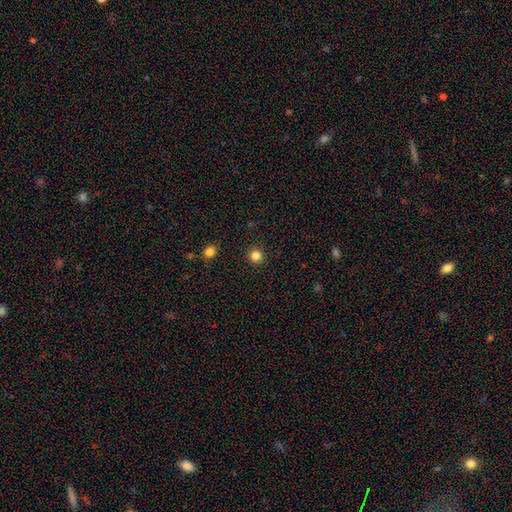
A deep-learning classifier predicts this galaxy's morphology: This is clearly a smooth galaxy (83%). How rounded: clearly round (94%). Merging: clearly none (93%).